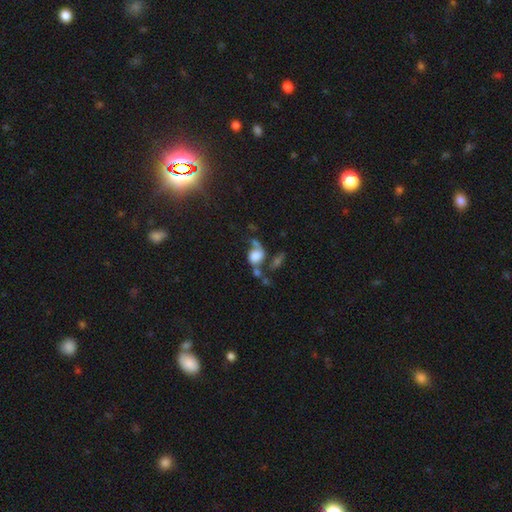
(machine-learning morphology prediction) smooth_or_featured: smooth (p=0.53) [alt: featured or disk p=0.35]
how_rounded: in between (p=0.51) [alt: round p=0.47]
merging: merger (p=0.32) [alt: major disturbance p=0.28]